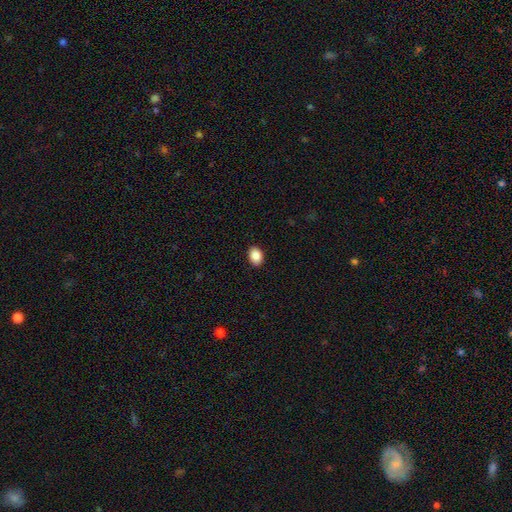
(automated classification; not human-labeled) The model was most divided on "how rounded": in between: 74%, round: 25%, cigar-shaped: 1%. More confident: merging — none (90%); smooth or featured — smooth (87%).